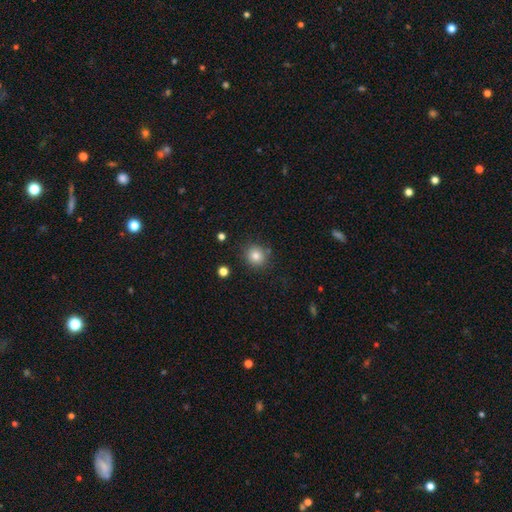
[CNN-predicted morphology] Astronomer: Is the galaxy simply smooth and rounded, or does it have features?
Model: smooth — 82%.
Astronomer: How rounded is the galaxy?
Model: round — 89%.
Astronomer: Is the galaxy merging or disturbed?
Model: none — 84%.